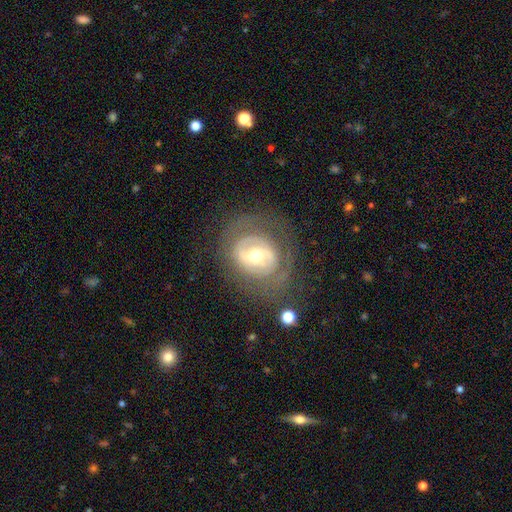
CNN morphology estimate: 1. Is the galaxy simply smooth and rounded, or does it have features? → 70% featured or disk, 23% smooth, 7% star or artifact.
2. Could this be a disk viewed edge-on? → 95% no, 5% yes.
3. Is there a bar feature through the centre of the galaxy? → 40% no, 36% weak, 25% strong.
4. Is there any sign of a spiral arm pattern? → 52% no, 48% yes.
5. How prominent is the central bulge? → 60% moderate, 32% small, 6% large, 1% dominant, 1% none.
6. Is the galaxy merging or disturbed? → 65% none, 17% minor disturbance, 15% major disturbance, 2% merger.